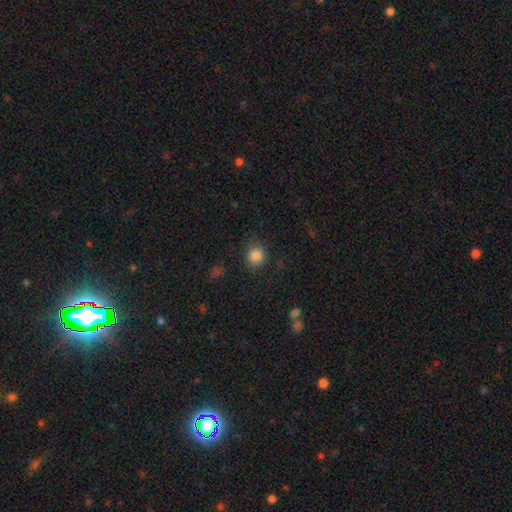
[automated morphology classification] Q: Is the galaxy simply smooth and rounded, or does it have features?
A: smooth — 85%.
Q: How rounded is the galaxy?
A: round — 88%.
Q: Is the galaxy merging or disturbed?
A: none — 85%.